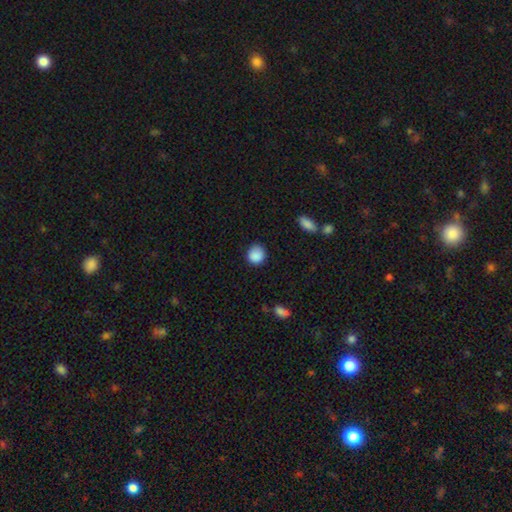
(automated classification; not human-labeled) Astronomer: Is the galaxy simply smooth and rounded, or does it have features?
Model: smooth — 88%.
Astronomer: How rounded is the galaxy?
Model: round — 86%.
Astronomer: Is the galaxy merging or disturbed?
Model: none — 81%.